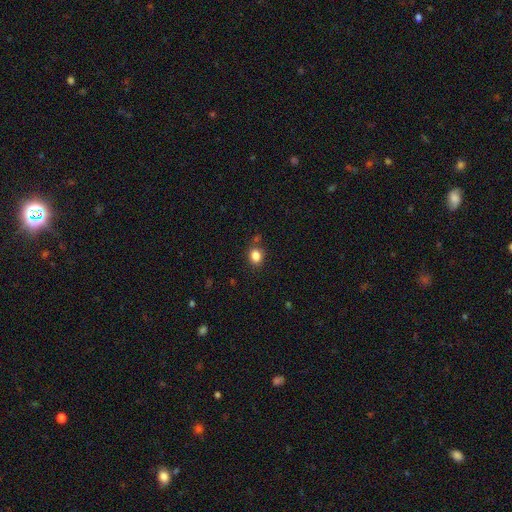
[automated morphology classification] Smooth or featured?
  - smooth: 84% *
  - star or artifact: 11%
  - featured or disk: 5%
How rounded?
  - round: 52% *
  - in between: 47%
  - cigar-shaped: 1%
Merging?
  - none: 78% *
  - minor disturbance: 12%
  - merger: 6%
  - major disturbance: 3%